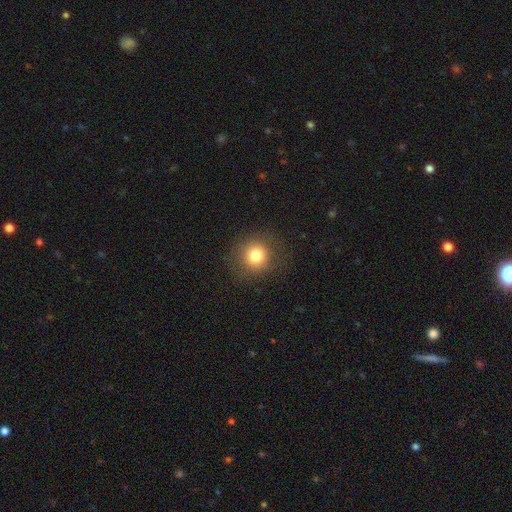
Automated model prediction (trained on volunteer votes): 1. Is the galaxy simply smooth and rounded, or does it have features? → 79% smooth, 12% star or artifact, 9% featured or disk.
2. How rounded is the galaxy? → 91% round, 8% in between, 1% cigar-shaped.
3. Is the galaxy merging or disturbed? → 87% none, 8% minor disturbance, 4% major disturbance, 1% merger.